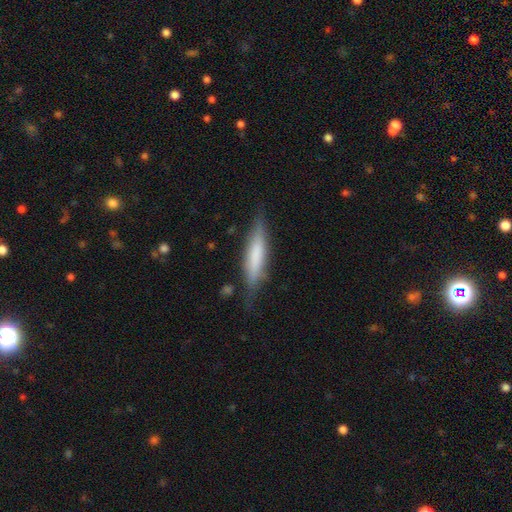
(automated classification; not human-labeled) A smooth galaxy with no disk features (58%) that is cigar-shaped (83%).

Vote fractions:
- Smooth or featured? smooth: 58% / featured or disk: 35% / star or artifact: 6%
- How rounded? cigar-shaped: 83% / in between: 16% / round: 1%
- Merging? none: 74% / minor disturbance: 19% / major disturbance: 5% / merger: 2%